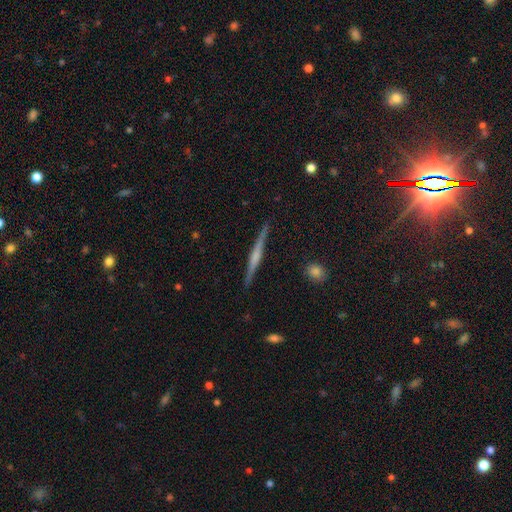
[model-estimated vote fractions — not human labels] Smooth or featured: featured or disk — 70% (smooth — 24%)
Edge-on disk: yes — 98% (no — 2%)
Edge-on bulge: rounded — 45% (none — 31%)
Merging: none — 90% (minor disturbance — 8%)